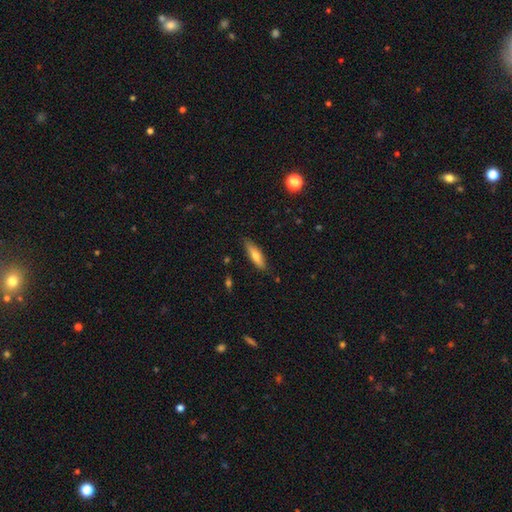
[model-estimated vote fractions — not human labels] Morphology: type=smooth (68%); roundness=cigar-shaped (61%); merging=none (84%).